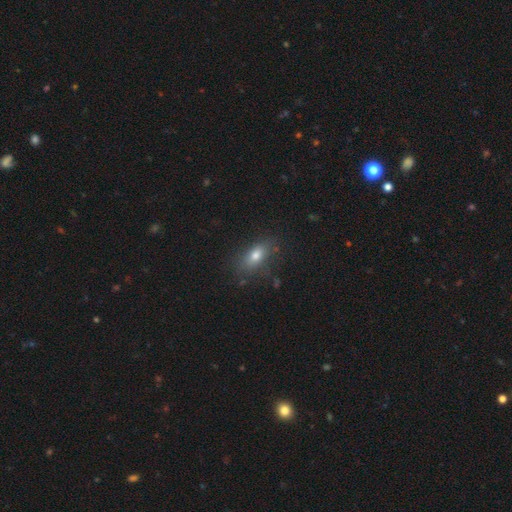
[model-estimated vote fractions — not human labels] smooth_or_featured: smooth (p=0.75) [alt: featured or disk p=0.14]
how_rounded: in between (p=0.80) [alt: round p=0.10]
merging: none (p=0.78) [alt: minor disturbance p=0.15]